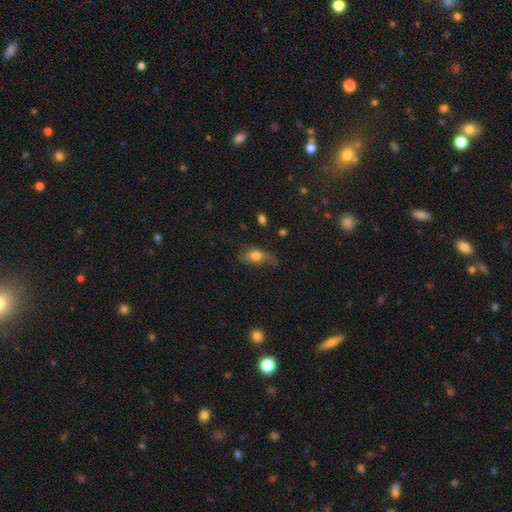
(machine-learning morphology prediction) The model was most divided on "merging": none: 43%, minor disturbance: 33%, major disturbance: 22%, merger: 3%. More confident: how rounded — in between (78%); smooth or featured — smooth (69%).